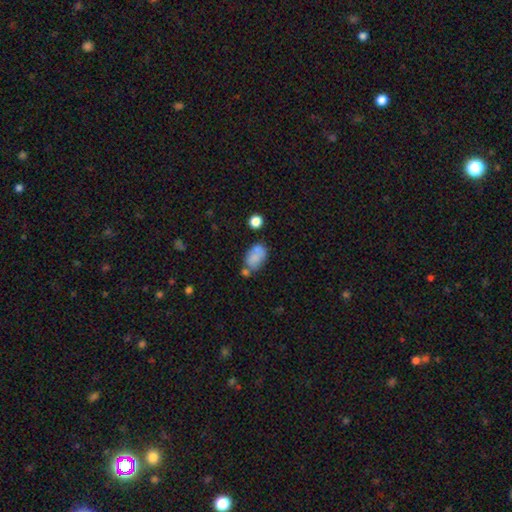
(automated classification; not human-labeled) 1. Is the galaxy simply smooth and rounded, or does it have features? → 74% smooth, 16% featured or disk, 10% star or artifact.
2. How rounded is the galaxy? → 87% in between, 12% round, 2% cigar-shaped.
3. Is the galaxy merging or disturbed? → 45% none, 24% merger, 22% minor disturbance, 9% major disturbance.